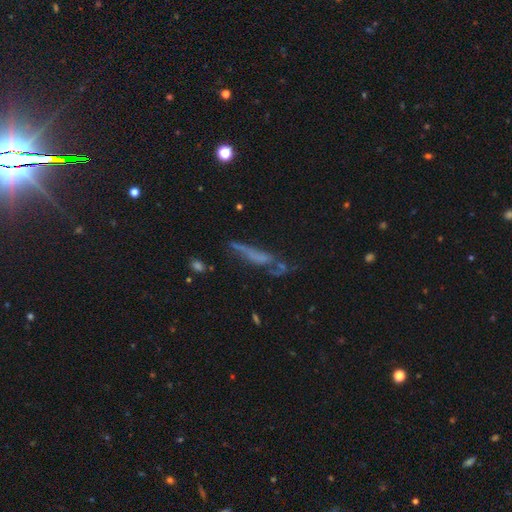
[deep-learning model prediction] smooth_or_featured: featured or disk (p=0.47) [alt: smooth p=0.35]
merging: none (p=0.45) [alt: major disturbance p=0.22]